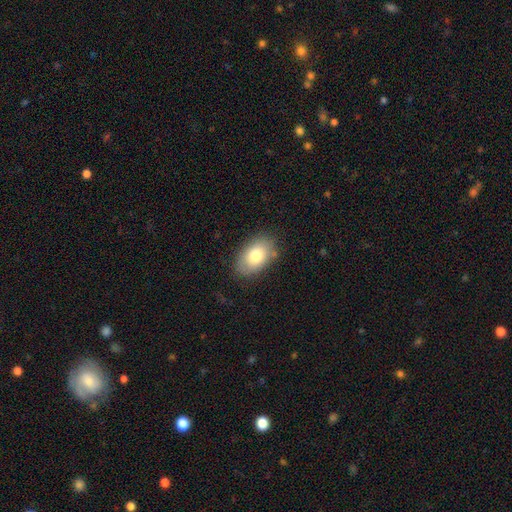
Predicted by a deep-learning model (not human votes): smooth 78%, featured or disk 14%, star or artifact 7%. Down the decision tree: how rounded — in between (90%); merging — none (78%).